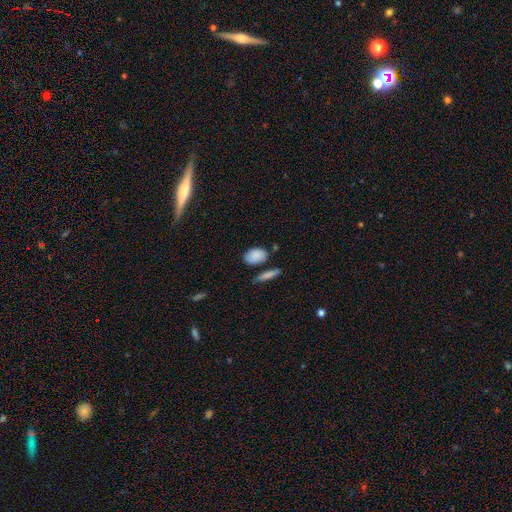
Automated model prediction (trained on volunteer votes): Smooth or featured? Predicted: smooth (p=0.85). How rounded? Predicted: in between (p=0.87). Merging? Predicted: none (p=0.66).